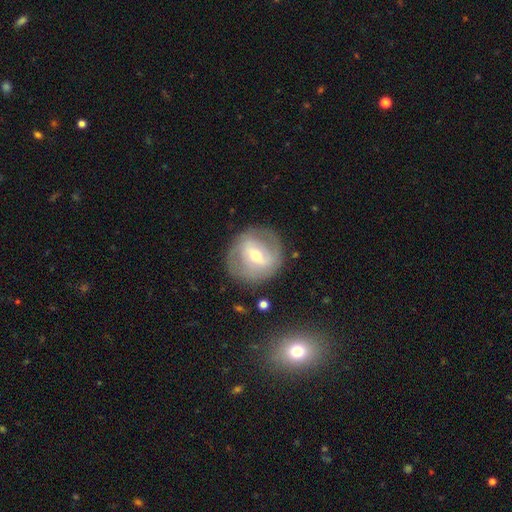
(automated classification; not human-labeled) Smooth or featured?
  - featured or disk: 68% *
  - smooth: 25%
  - star or artifact: 7%
Edge-on disk?
  - no: 95% *
  - yes: 5%
Bar?
  - weak: 46% *
  - strong: 34%
  - no: 19%
Spiral arms?
  - yes: 71% *
  - no: 29%
Bulge size?
  - moderate: 57% *
  - small: 37%
  - large: 4%
  - none: 1%
  - dominant: 1%
Merging?
  - none: 78% *
  - minor disturbance: 13%
  - major disturbance: 7%
  - merger: 2%